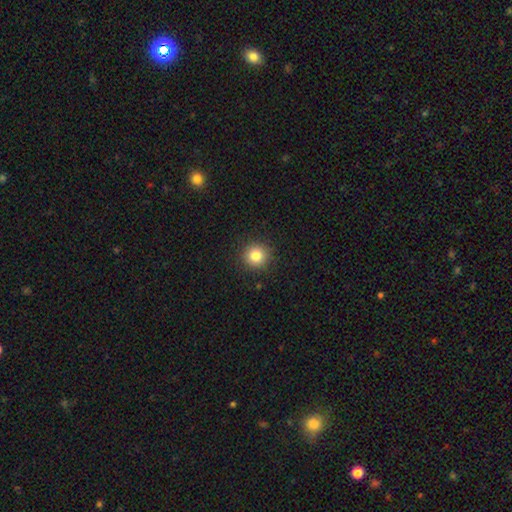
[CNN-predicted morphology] A smooth galaxy with no disk features (83%) that is round (94%). Merging: none (91%).